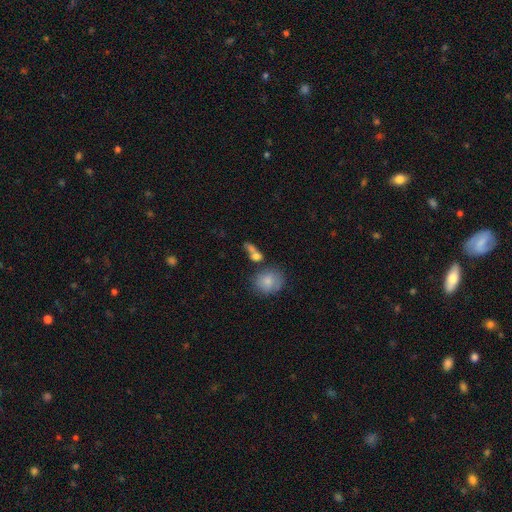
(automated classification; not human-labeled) Smooth or featured? smooth (72%)
How rounded? in between (49%)
Merging? none (42%)